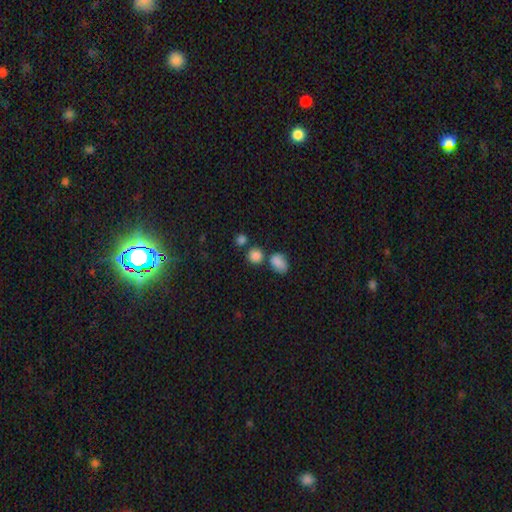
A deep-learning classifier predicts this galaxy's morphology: Q: Smooth or featured?
A: smooth (83%); runner-up: star or artifact (12%)
Q: How rounded?
A: round (76%); runner-up: in between (23%)
Q: Merging?
A: none (63%); runner-up: merger (22%)